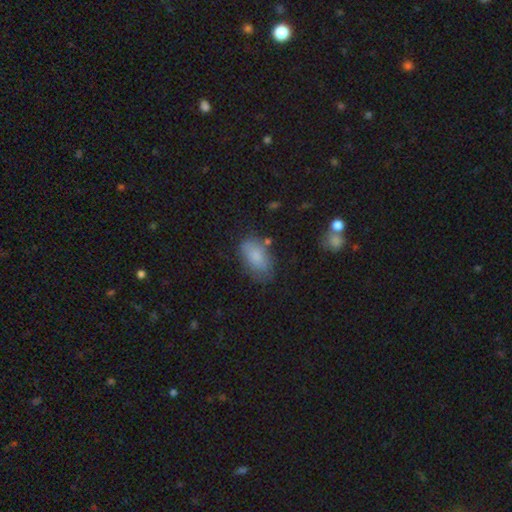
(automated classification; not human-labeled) Overall: smooth (82%). How rounded: in between (91%). Merging: none (65%).